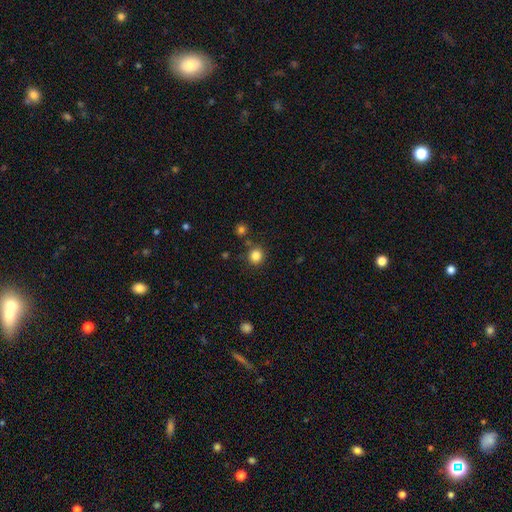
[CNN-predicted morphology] This is clearly a smooth galaxy (83%). How rounded: clearly round (92%). Merging: clearly none (83%).